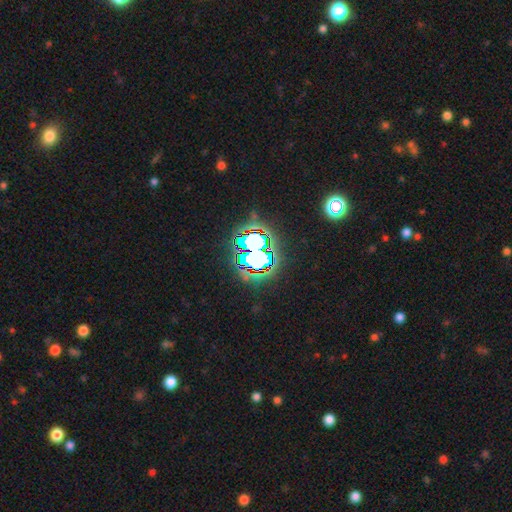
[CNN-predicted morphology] This is likely a star or artifact rather than a galaxy (69%).